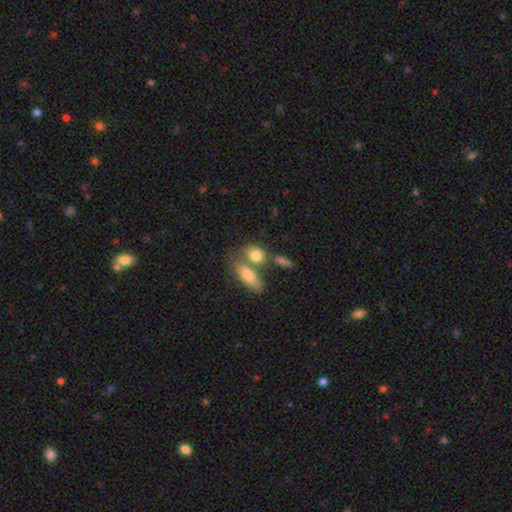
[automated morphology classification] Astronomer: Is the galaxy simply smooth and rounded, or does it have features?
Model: smooth — 80%.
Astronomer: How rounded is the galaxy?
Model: in between — 64%.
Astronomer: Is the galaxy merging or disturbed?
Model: merger — 41%, tied with none at 41%.